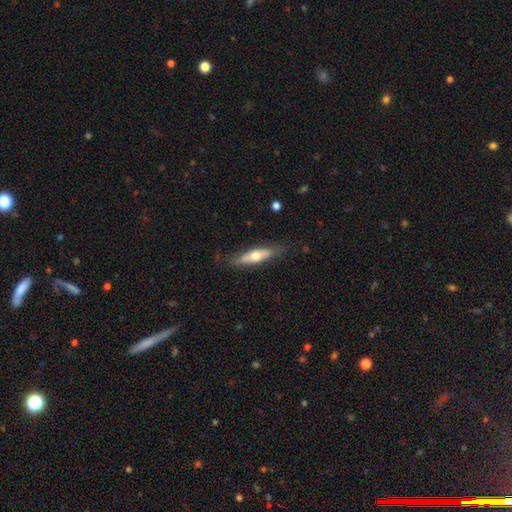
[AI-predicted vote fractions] A smooth galaxy with no disk features (53%) that is cigar-shaped (68%).

Vote fractions:
- Smooth or featured? smooth: 53% / featured or disk: 41% / star or artifact: 5%
- How rounded? cigar-shaped: 68% / in between: 30% / round: 2%
- Merging? none: 80% / minor disturbance: 15% / major disturbance: 4% / merger: 1%